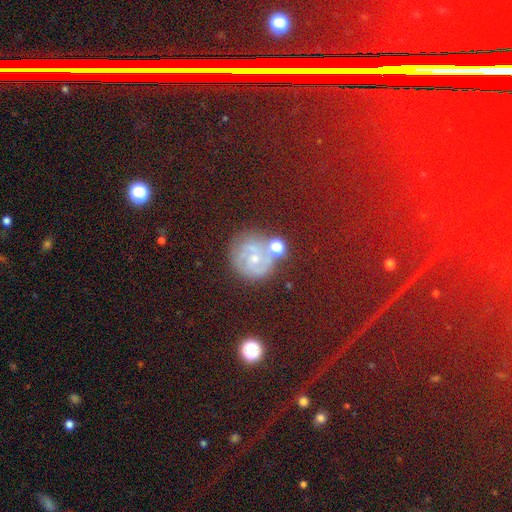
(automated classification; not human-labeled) featured or disk 39%, smooth 31%, star or artifact 30%. Down the decision tree: merging — none (64%).